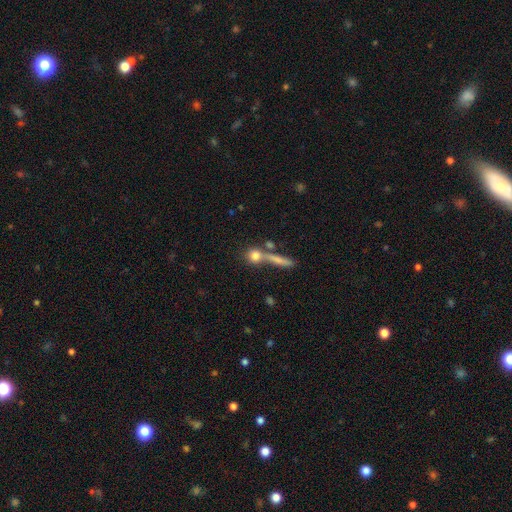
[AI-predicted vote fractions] This is likely a smooth galaxy (75%). How rounded: likely round (73%). Merging: possibly none (56%).